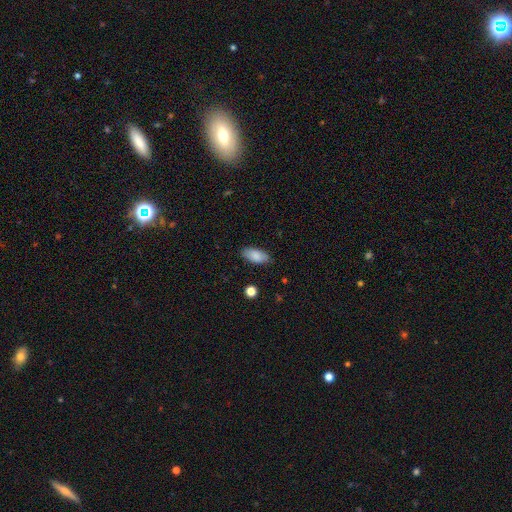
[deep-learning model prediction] Smooth or featured: smooth — 86% (featured or disk — 7%)
How rounded: in between — 90% (cigar-shaped — 7%)
Merging: none — 83% (minor disturbance — 13%)